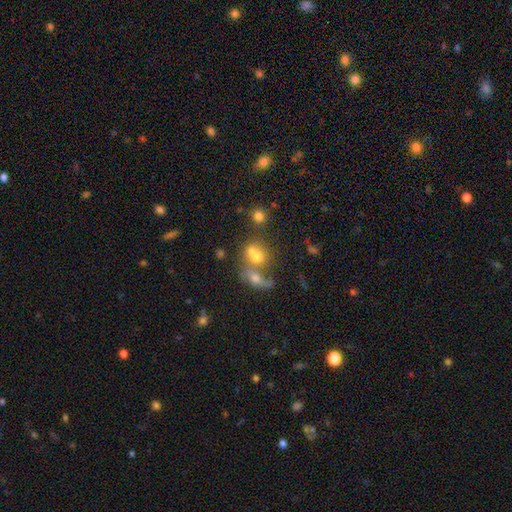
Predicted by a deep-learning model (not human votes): Overall: smooth (57%; featured or disk 25%). How rounded: round (51%; in between 46%). Merging: merger (62%; none 23%).